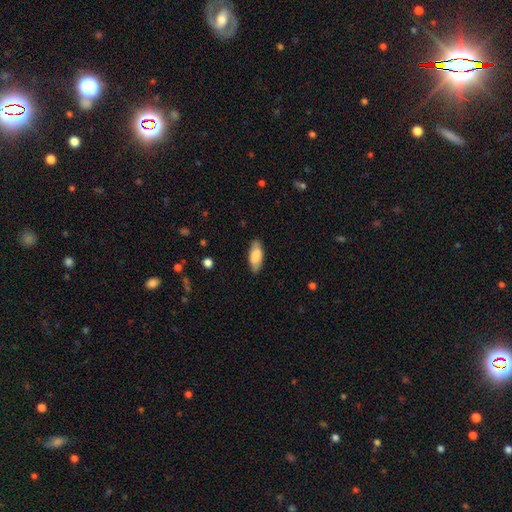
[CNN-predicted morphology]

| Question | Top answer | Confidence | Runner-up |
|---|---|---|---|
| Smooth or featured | smooth | 81% | featured or disk (13%) |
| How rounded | in between | 82% | cigar-shaped (16%) |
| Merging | none | 82% | minor disturbance (14%) |